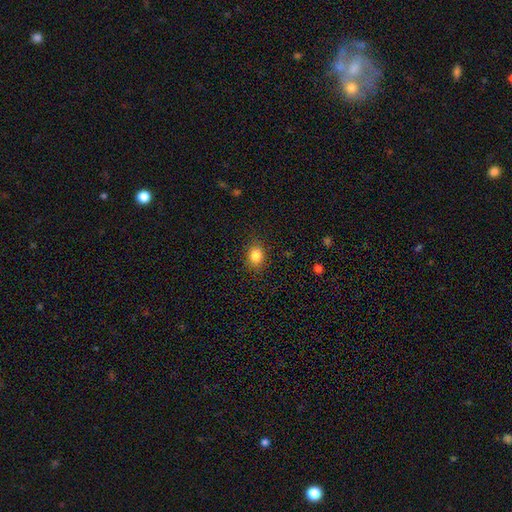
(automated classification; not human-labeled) This is clearly a smooth galaxy (85%). How rounded: possibly in between (54%). Merging: clearly none (84%).